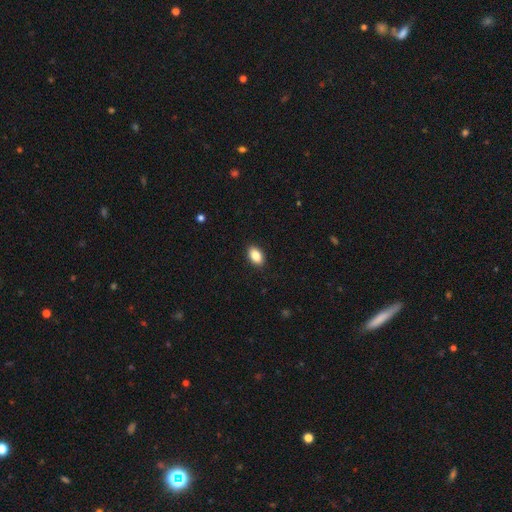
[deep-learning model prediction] smooth_or_featured: smooth (p=0.86) [alt: star or artifact p=0.08]
how_rounded: in between (p=0.90) [alt: round p=0.09]
merging: none (p=0.90) [alt: minor disturbance p=0.08]